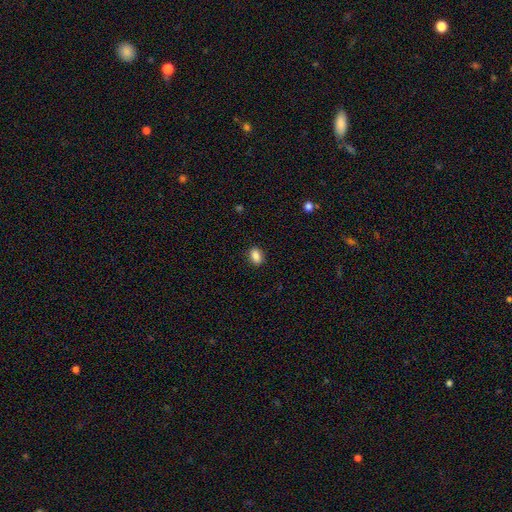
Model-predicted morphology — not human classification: This appears to be a smooth galaxy with no disk features (87%) that is in between round and cigar-shaped (77%). Merging: none (88%).